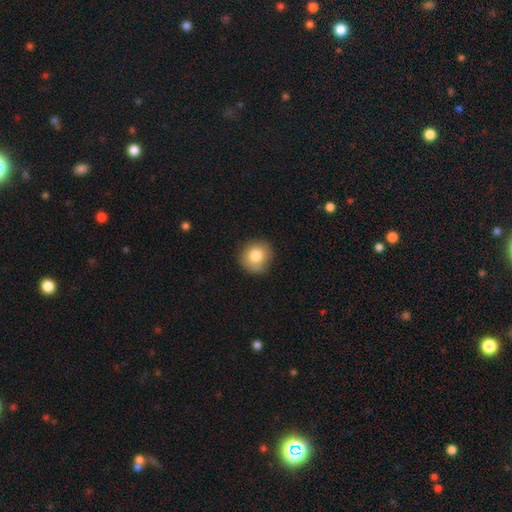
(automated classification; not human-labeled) Smooth or featured? smooth (81%)
How rounded? round (89%)
Merging? none (78%)